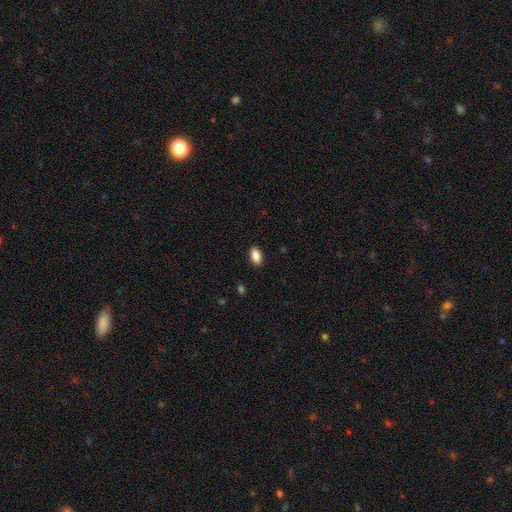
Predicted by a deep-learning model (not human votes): Morphology: type=smooth (88%); roundness=in between (92%); merging=none (89%).